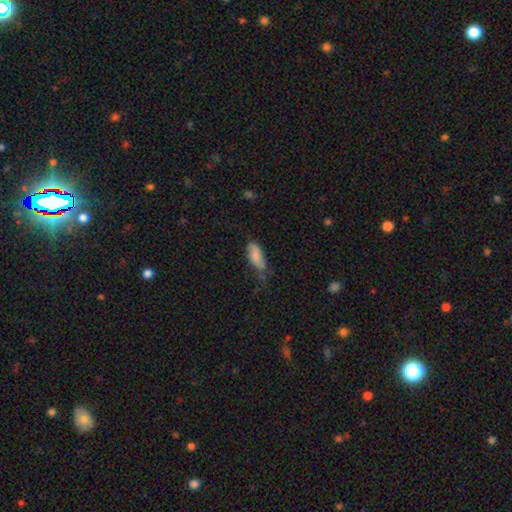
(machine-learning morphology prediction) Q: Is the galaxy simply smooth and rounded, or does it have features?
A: smooth — 82%.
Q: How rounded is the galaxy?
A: in between — 81%.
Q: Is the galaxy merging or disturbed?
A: none — 49%.